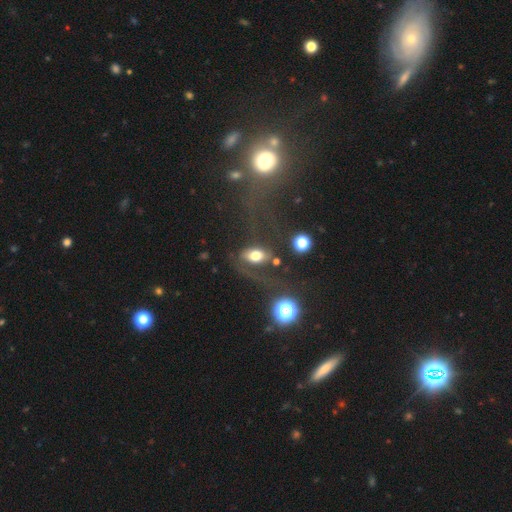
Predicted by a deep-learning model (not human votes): A smooth galaxy with no disk features (62%) that is in between round and cigar-shaped (85%).

Vote fractions:
- Smooth or featured? smooth: 62% / featured or disk: 27% / star or artifact: 11%
- How rounded? in between: 85% / round: 12% / cigar-shaped: 3%
- Merging? none: 45% / major disturbance: 27% / minor disturbance: 19% / merger: 9%